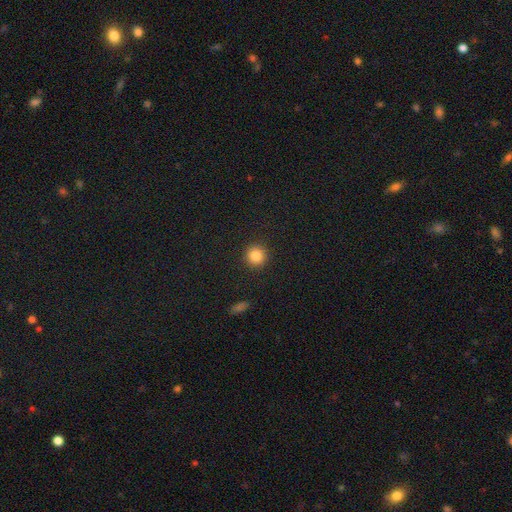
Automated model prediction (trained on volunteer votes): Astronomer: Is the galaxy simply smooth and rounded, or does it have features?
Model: smooth — 85%.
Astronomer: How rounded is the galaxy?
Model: round — 94%.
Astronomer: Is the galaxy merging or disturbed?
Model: none — 92%.